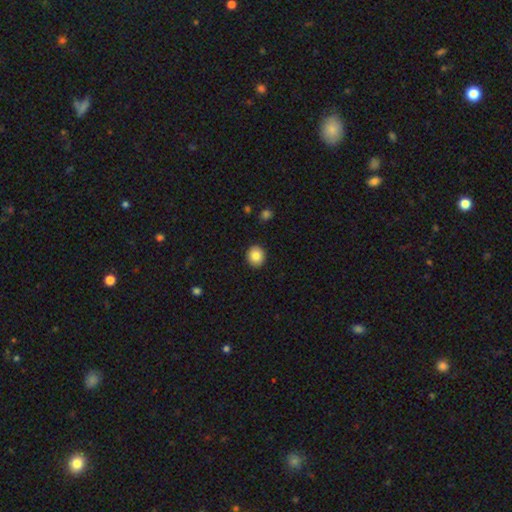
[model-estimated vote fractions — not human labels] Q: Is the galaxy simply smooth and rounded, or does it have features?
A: smooth — 85%.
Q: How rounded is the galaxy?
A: round — 82%.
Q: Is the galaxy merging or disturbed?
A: none — 92%.